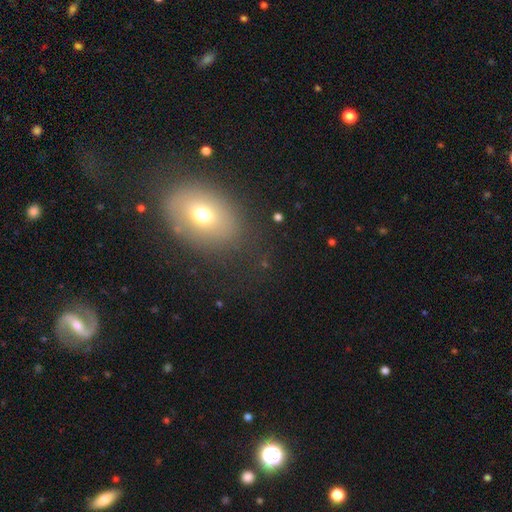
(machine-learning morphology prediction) Smooth or featured: smooth — 56% (featured or disk — 24%)
How rounded: in between — 68% (round — 30%)
Merging: none — 78% (minor disturbance — 14%)